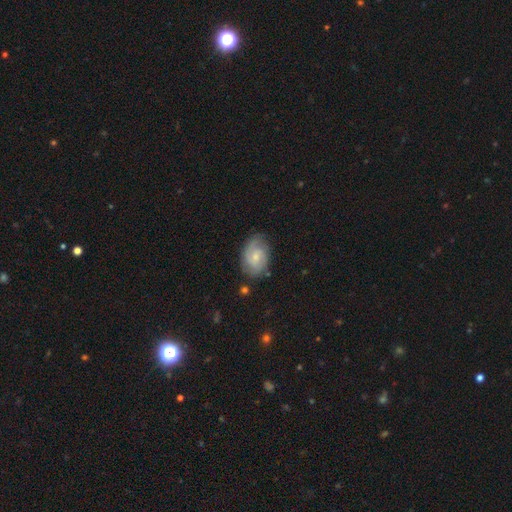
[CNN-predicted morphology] featured or disk 58%, smooth 35%, star or artifact 7%. Down the decision tree: edge-on disk — no (97%); bar — no (58%); spiral arms — yes (89%); spiral arm count — 2 (49%); spiral winding — tight (46%); bulge size — small (62%); merging — none (69%).